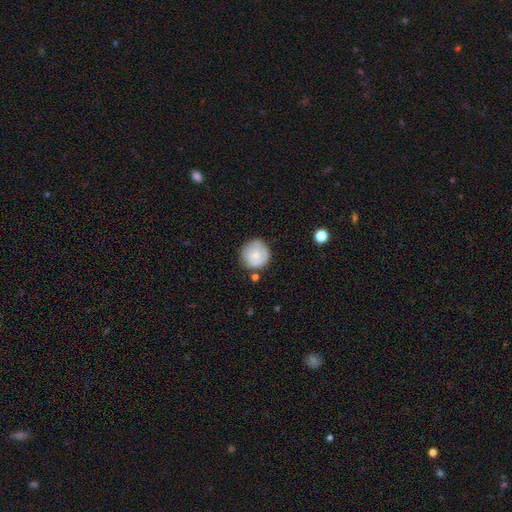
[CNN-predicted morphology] Overall: smooth (70%). How rounded: round (93%). Merging: none (74%).